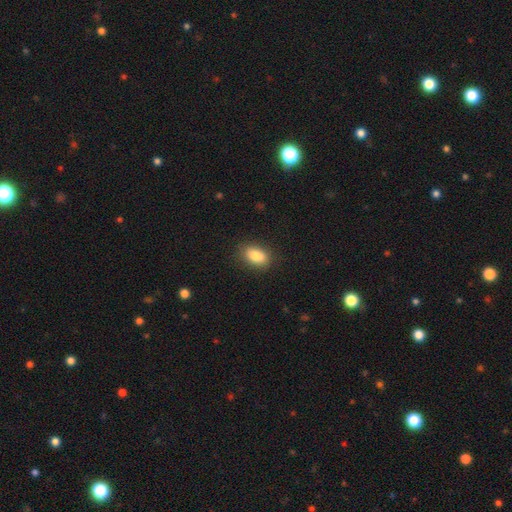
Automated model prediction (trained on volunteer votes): This appears to be a smooth galaxy with no disk features (84%) that is in between round and cigar-shaped (85%). Merging: none (84%).